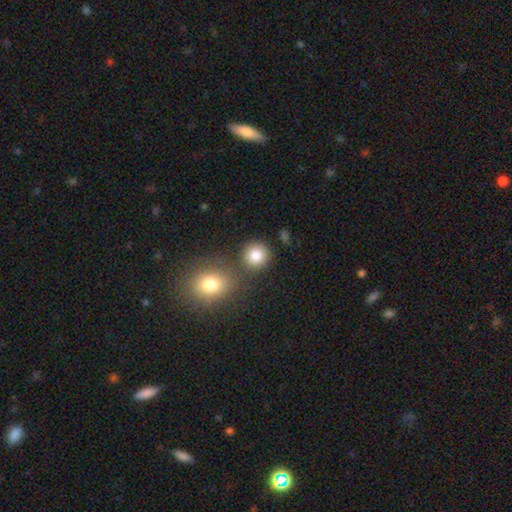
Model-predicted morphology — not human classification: Smooth or featured: smooth — 84% (star or artifact — 10%)
How rounded: round — 90% (in between — 9%)
Merging: none — 75% (merger — 13%)